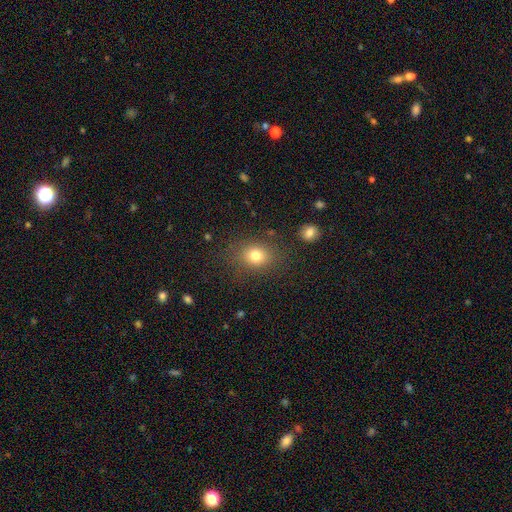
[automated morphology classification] Q: Smooth or featured?
A: smooth (78%); runner-up: star or artifact (13%)
Q: How rounded?
A: round (61%); runner-up: in between (38%)
Q: Merging?
A: none (80%); runner-up: minor disturbance (12%)